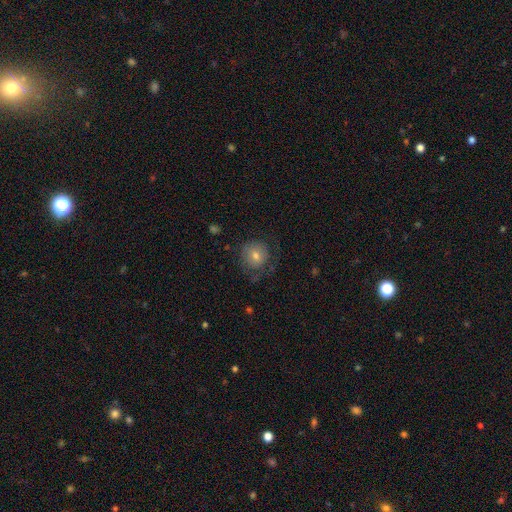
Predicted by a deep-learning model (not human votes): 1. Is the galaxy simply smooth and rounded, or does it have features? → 71% smooth, 20% featured or disk, 9% star or artifact.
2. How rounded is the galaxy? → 85% round, 14% in between, 1% cigar-shaped.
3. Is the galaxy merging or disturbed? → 62% none, 22% minor disturbance, 14% major disturbance, 2% merger.